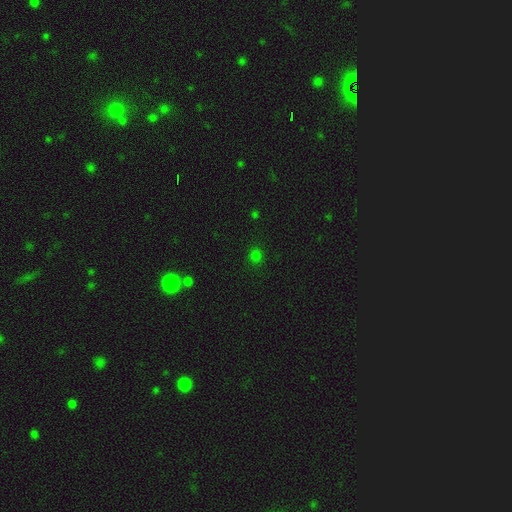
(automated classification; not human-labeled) This is likely a smooth galaxy (74%). How rounded: clearly round (86%). Merging: clearly none (89%).